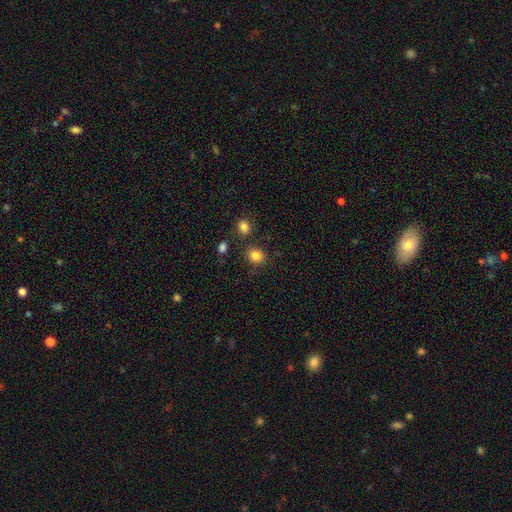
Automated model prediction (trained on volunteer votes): smooth-or-featured: smooth: 84% | star or artifact: 11% | featured or disk: 5%
  how-rounded: round: 66% | in between: 33% | cigar-shaped: 1%
  merging: none: 79% | minor disturbance: 11% | merger: 7% | major disturbance: 3%